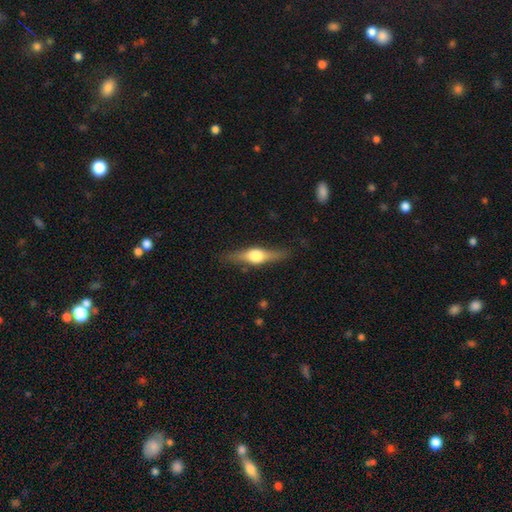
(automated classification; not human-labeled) Smooth or featured? Predicted: featured or disk (p=0.64). Edge-on disk? Predicted: yes (p=0.95). Edge-on bulge? Predicted: rounded (p=0.94). Merging? Predicted: none (p=0.84).